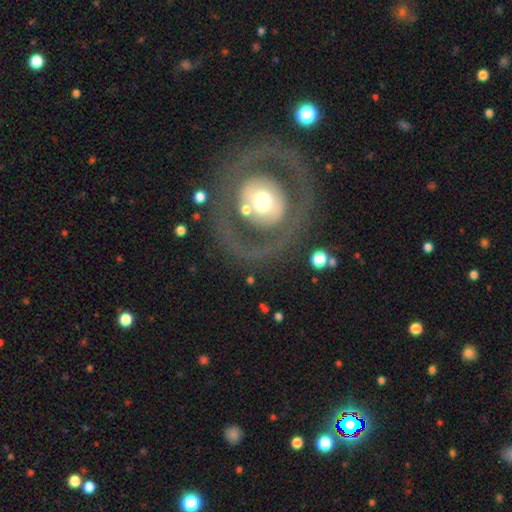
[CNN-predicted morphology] The model was most divided on "bulge size": moderate: 60%, large: 25%, small: 10%, dominant: 3%, none: 1%. More confident: edge-on disk — no (95%); merging — none (77%); bar — no (72%); spiral arms — no (69%); smooth or featured — featured or disk (67%).